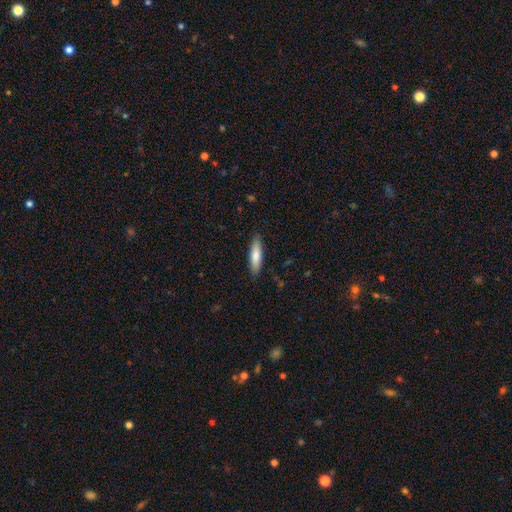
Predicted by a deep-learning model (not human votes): Q: Smooth or featured?
A: smooth (78%); runner-up: featured or disk (16%)
Q: How rounded?
A: cigar-shaped (67%); runner-up: in between (32%)
Q: Merging?
A: none (87%); runner-up: minor disturbance (10%)